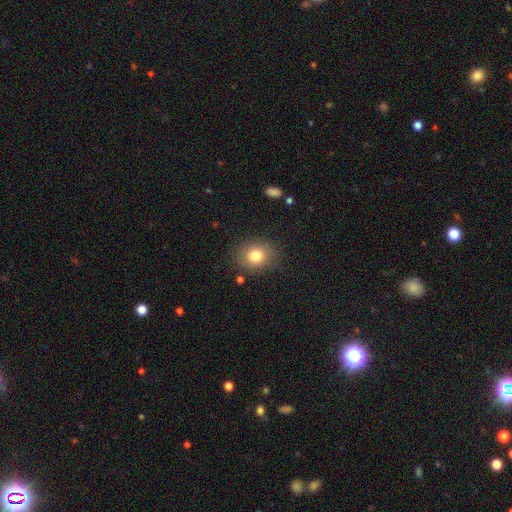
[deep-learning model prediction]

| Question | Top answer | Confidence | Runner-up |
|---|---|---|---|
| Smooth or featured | smooth | 80% | star or artifact (10%) |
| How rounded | round | 63% | in between (36%) |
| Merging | none | 84% | minor disturbance (11%) |